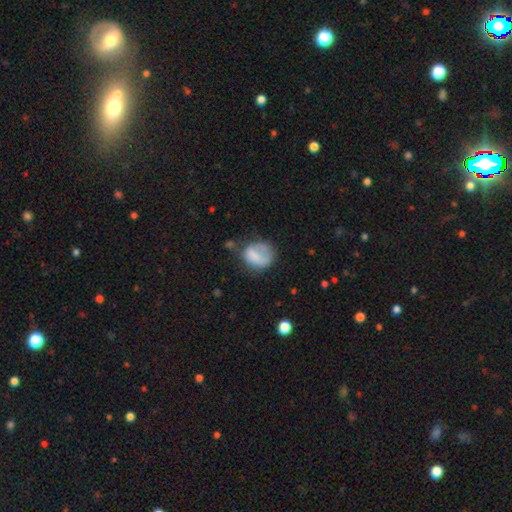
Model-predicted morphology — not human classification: A smooth galaxy with no disk features (74%) that is round (59%).

Vote fractions:
- Smooth or featured? smooth: 74% / featured or disk: 17% / star or artifact: 8%
- How rounded? round: 59% / in between: 40% / cigar-shaped: 1%
- Merging? none: 41% / minor disturbance: 30% / major disturbance: 23% / merger: 6%